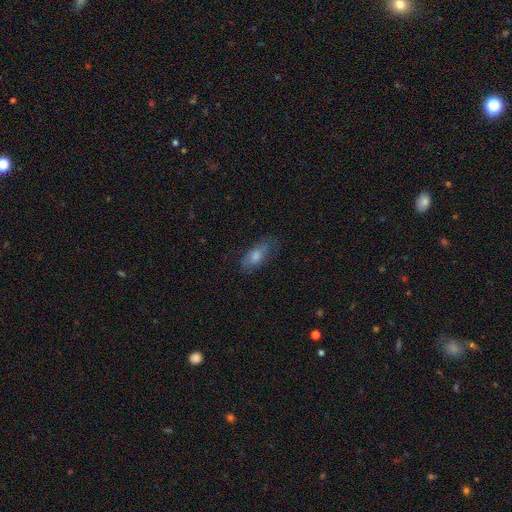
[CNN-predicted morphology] Q: Smooth or featured?
A: smooth (57%); runner-up: featured or disk (33%)
Q: How rounded?
A: in between (73%); runner-up: cigar-shaped (22%)
Q: Merging?
A: none (73%); runner-up: minor disturbance (20%)